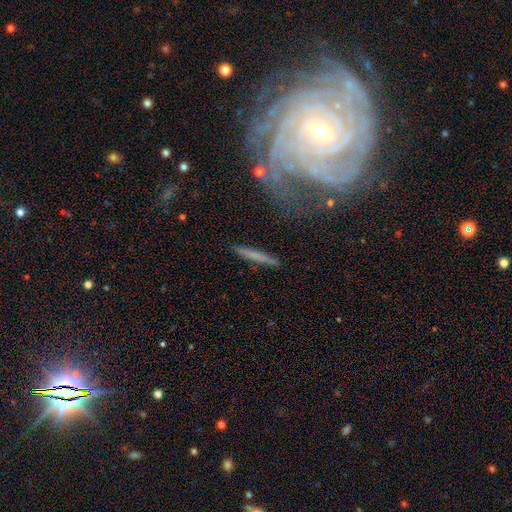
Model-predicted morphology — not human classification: type=smooth (52%); roundness=cigar-shaped (93%); merging=none (84%).